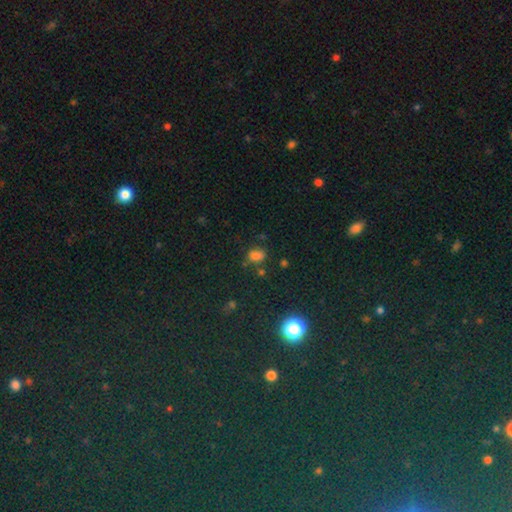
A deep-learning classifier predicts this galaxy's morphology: Smooth or featured? smooth (69%)
How rounded? in between (72%)
Merging? none (64%)